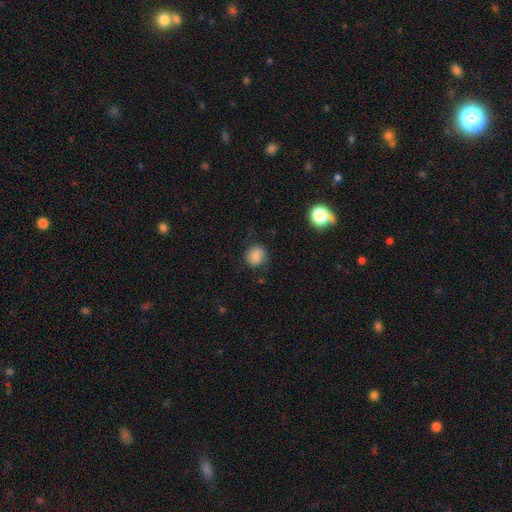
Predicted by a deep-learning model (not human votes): smooth_or_featured: smooth (p=0.78) [alt: featured or disk p=0.12]
how_rounded: round (p=0.78) [alt: in between p=0.21]
merging: none (p=0.71) [alt: minor disturbance p=0.20]